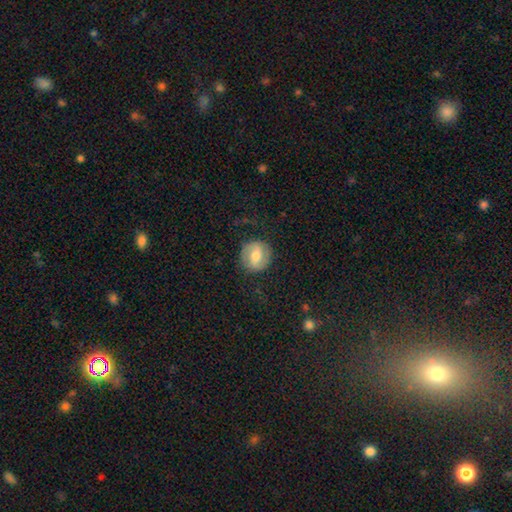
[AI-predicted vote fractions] Smooth or featured?
  - featured or disk: 47% *
  - smooth: 46%
  - star or artifact: 7%
Merging?
  - none: 83% *
  - minor disturbance: 11%
  - major disturbance: 5%
  - merger: 1%